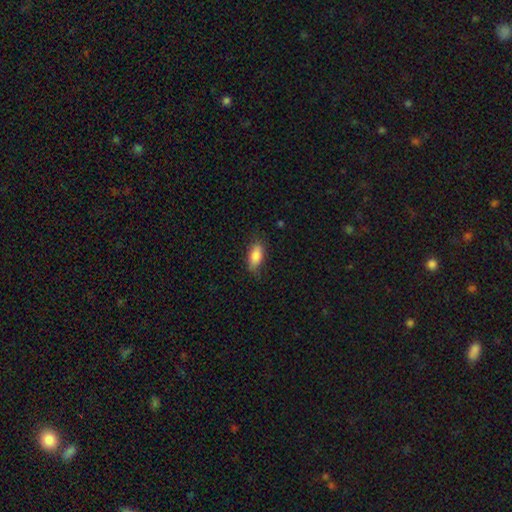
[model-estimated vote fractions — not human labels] Smooth or featured? Predicted: smooth (p=0.86). How rounded? Predicted: in between (p=0.86). Merging? Predicted: none (p=0.78).